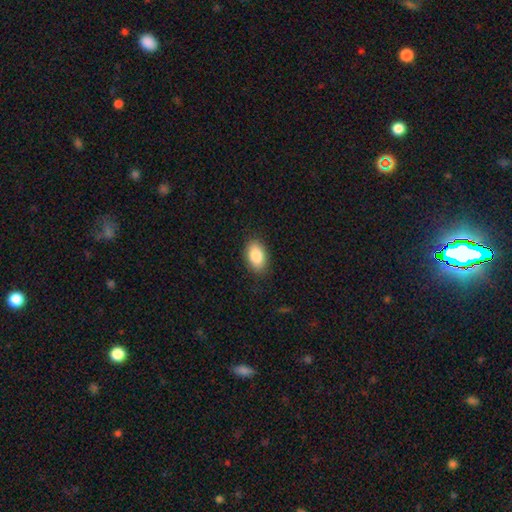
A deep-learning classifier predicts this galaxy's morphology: smooth-or-featured: smooth: 86% | featured or disk: 7% | star or artifact: 7%
  how-rounded: in between: 91% | round: 8% | cigar-shaped: 2%
  merging: none: 87% | minor disturbance: 10% | major disturbance: 2% | merger: 1%